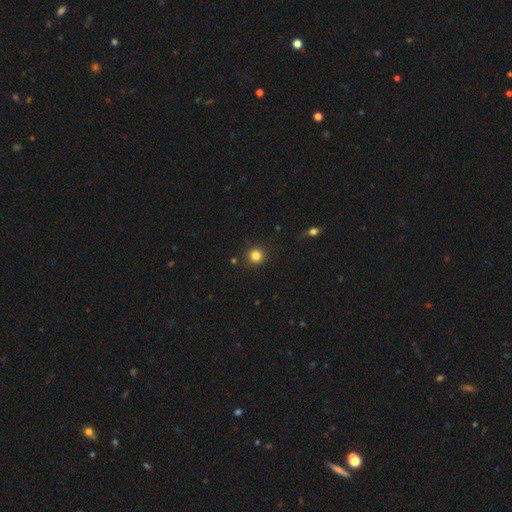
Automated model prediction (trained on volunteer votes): A smooth galaxy with no disk features (83%) that is round (94%). Merging: none (90%).